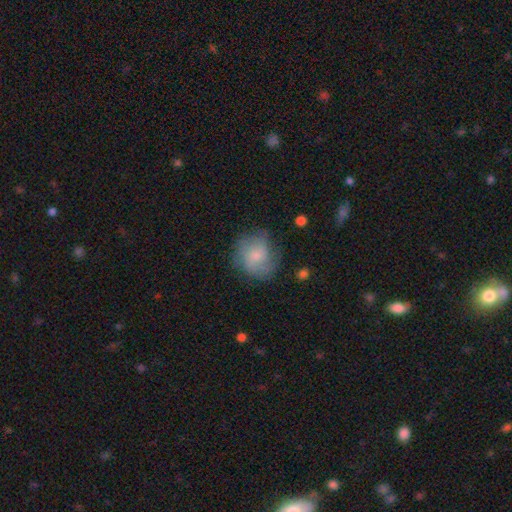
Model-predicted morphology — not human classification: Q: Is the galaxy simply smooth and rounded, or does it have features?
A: smooth — 56%.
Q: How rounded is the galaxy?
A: round — 80%.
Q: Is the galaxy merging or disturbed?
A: none — 64%.